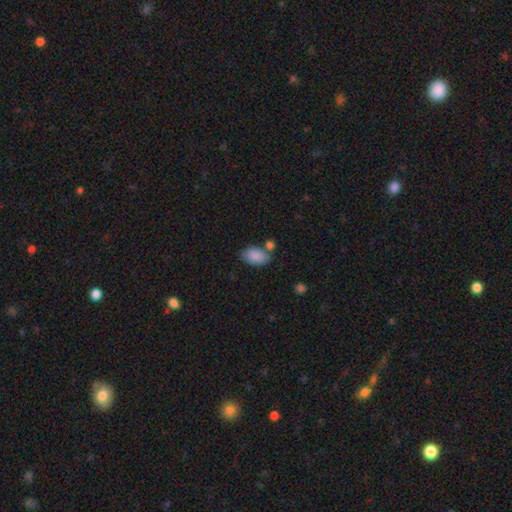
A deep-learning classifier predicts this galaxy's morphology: Smooth or featured? smooth (87%)
How rounded? in between (92%)
Merging? none (64%)